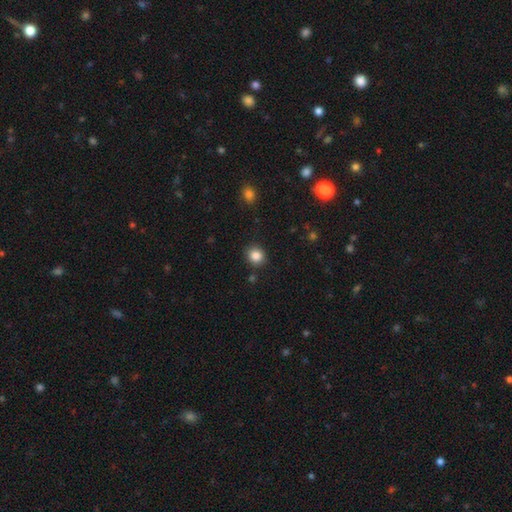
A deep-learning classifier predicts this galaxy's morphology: type=smooth (85%); roundness=round (82%); merging=none (89%).